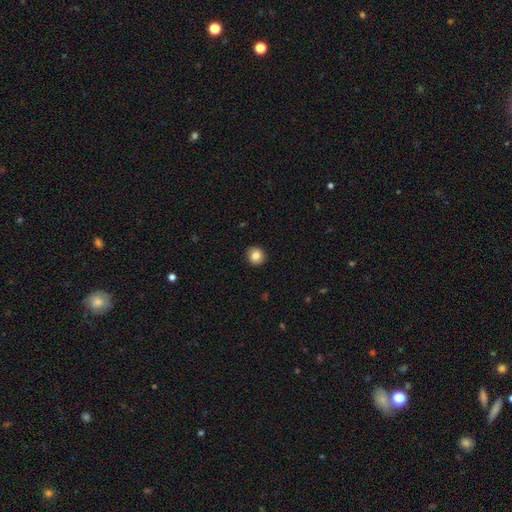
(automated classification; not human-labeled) The model was most divided on "smooth or featured": smooth: 85%, star or artifact: 9%, featured or disk: 6%. More confident: merging — none (92%); how rounded — round (91%).